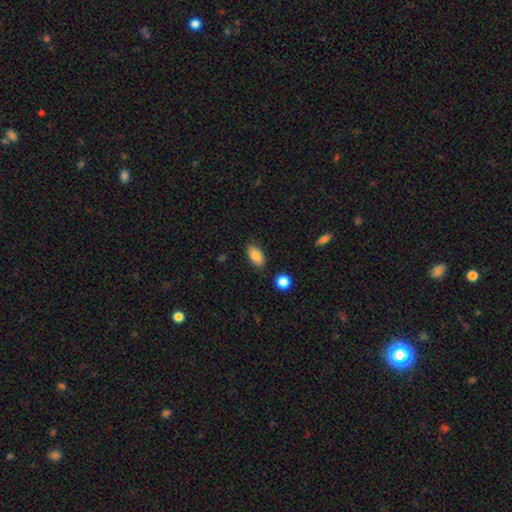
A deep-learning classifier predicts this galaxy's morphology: Q: Smooth or featured?
A: smooth (83%); runner-up: featured or disk (9%)
Q: How rounded?
A: in between (91%); runner-up: round (5%)
Q: Merging?
A: none (83%); runner-up: minor disturbance (12%)